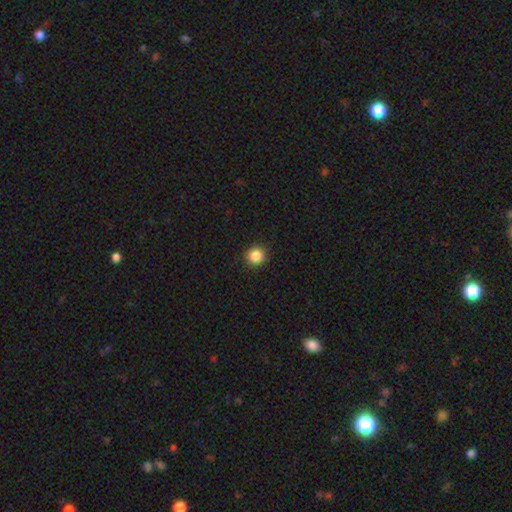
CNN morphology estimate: Smooth or featured?
  - smooth: 86% *
  - star or artifact: 11%
  - featured or disk: 3%
How rounded?
  - round: 94% *
  - in between: 5%
  - cigar-shaped: 1%
Merging?
  - none: 92% *
  - minor disturbance: 5%
  - major disturbance: 2%
  - merger: 1%